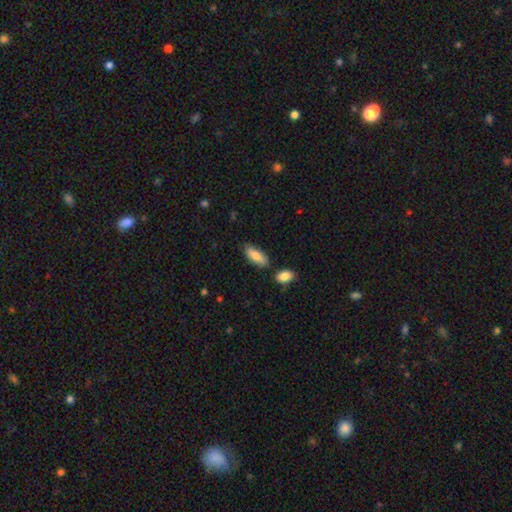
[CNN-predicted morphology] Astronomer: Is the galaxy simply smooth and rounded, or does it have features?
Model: smooth — 82%.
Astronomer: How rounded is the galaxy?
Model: in between — 75%.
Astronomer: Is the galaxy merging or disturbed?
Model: none — 80%.